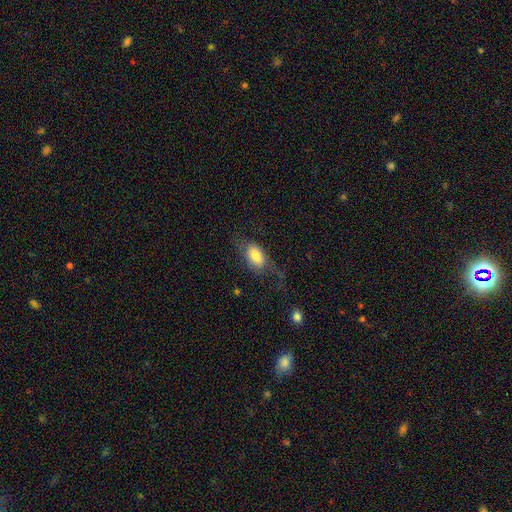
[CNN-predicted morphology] smooth-or-featured: smooth: 70% | featured or disk: 23% | star or artifact: 7%
  how-rounded: in between: 89% | round: 8% | cigar-shaped: 3%
  merging: none: 49% | major disturbance: 27% | minor disturbance: 21% | merger: 2%